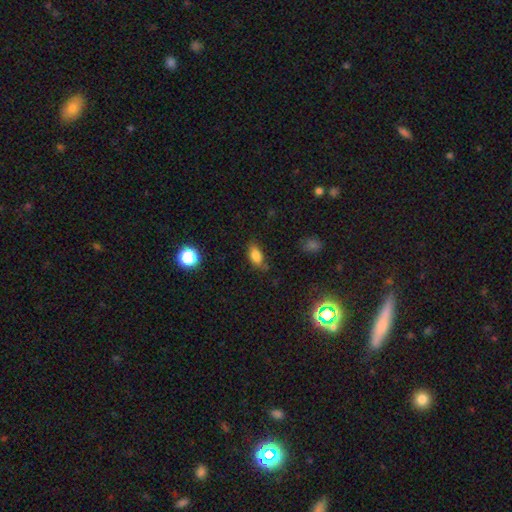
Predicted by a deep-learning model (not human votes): The model was most divided on "merging": none: 67%, minor disturbance: 24%, major disturbance: 6%, merger: 3%. More confident: how rounded — in between (88%); smooth or featured — smooth (82%).